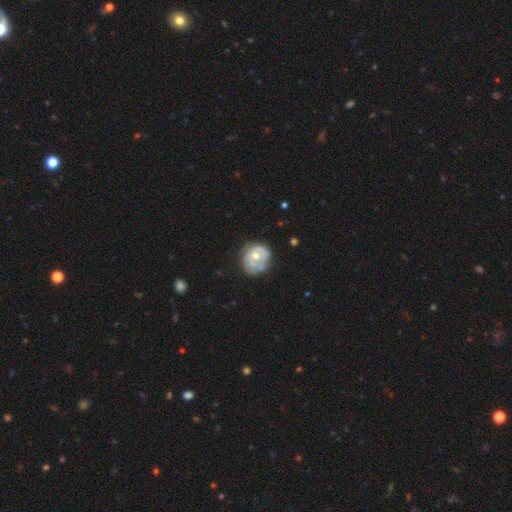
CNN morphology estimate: This appears to be a featured or disk galaxy (60%) with no bar (83%), spiral arms (51%) and a moderate central bulge (63%). Merging: none (56%).